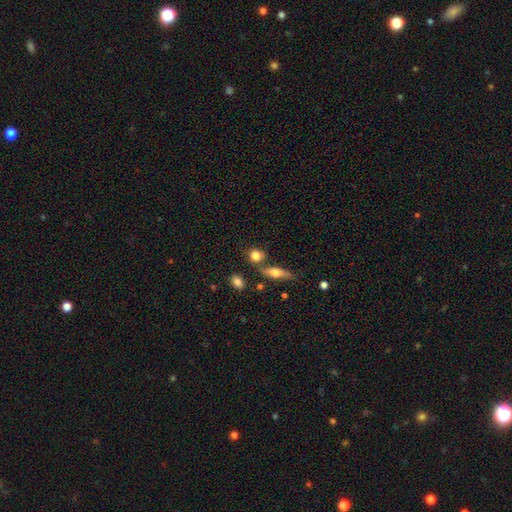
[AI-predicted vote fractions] Q: Smooth or featured?
A: smooth (77%); runner-up: featured or disk (14%)
Q: How rounded?
A: round (63%); runner-up: in between (31%)
Q: Merging?
A: none (68%); runner-up: merger (17%)